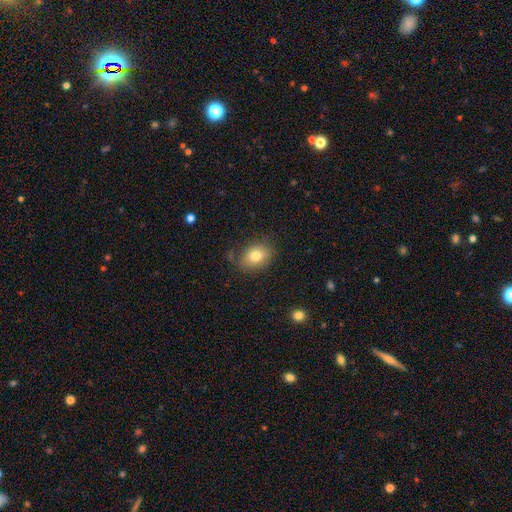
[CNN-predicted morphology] Smooth or featured? Predicted: smooth (p=0.80). How rounded? Predicted: in between (p=0.70). Merging? Predicted: none (p=0.75).